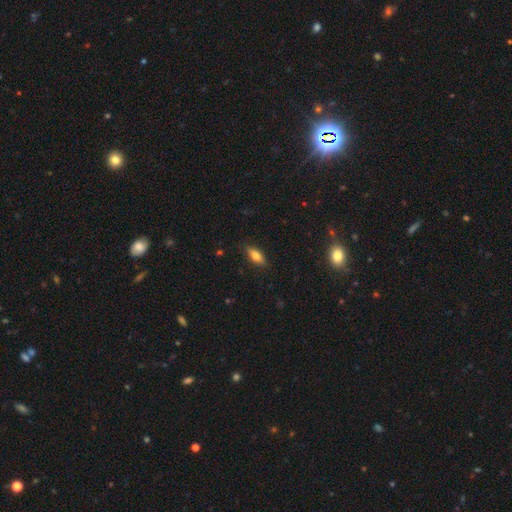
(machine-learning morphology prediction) A smooth galaxy with no disk features (74%) that is in between round and cigar-shaped (75%). Merging: none (86%).